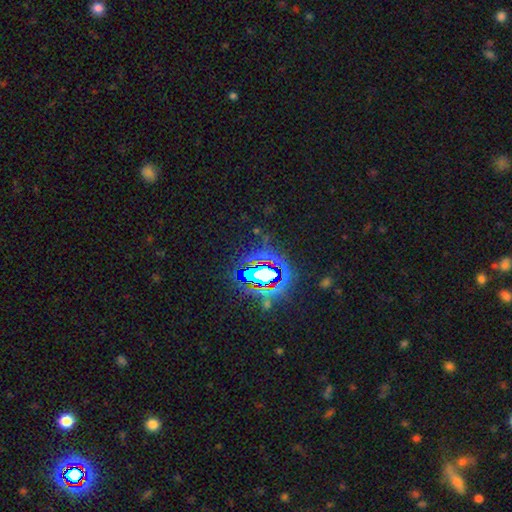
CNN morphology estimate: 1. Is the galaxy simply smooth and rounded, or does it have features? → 80% star or artifact, 11% smooth, 9% featured or disk.